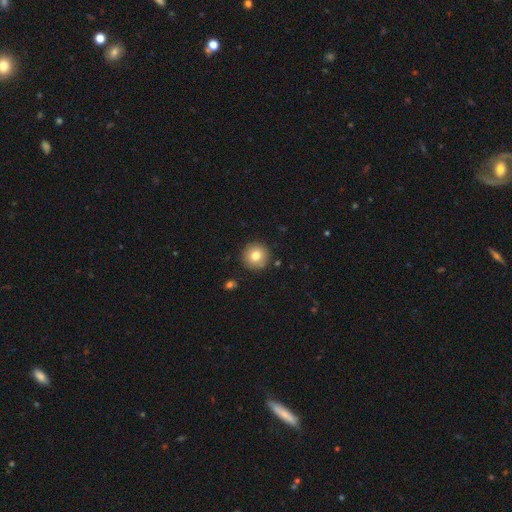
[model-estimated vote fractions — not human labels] smooth_or_featured: smooth (p=0.79) [alt: featured or disk p=0.11]
how_rounded: round (p=0.95) [alt: in between p=0.04]
merging: none (p=0.90) [alt: minor disturbance p=0.07]